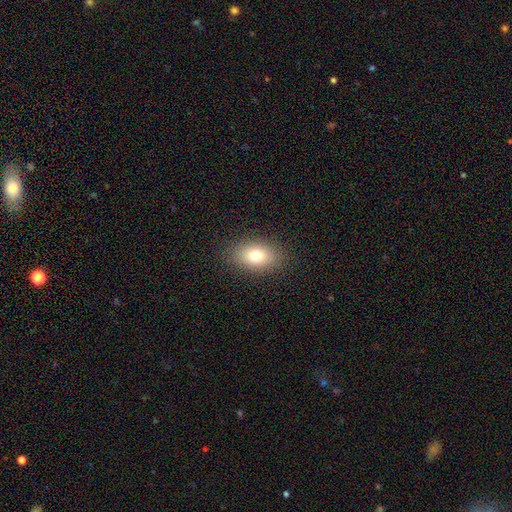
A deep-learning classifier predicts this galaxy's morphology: Smooth or featured? Predicted: smooth (p=0.77). How rounded? Predicted: in between (p=0.85). Merging? Predicted: none (p=0.87).